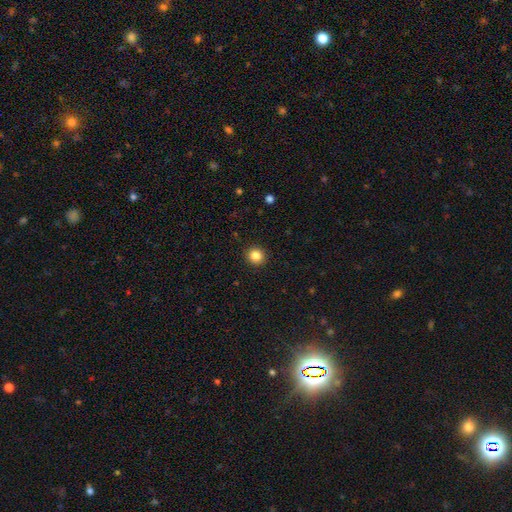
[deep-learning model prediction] This is clearly a smooth galaxy (85%). How rounded: clearly round (91%). Merging: clearly none (92%).